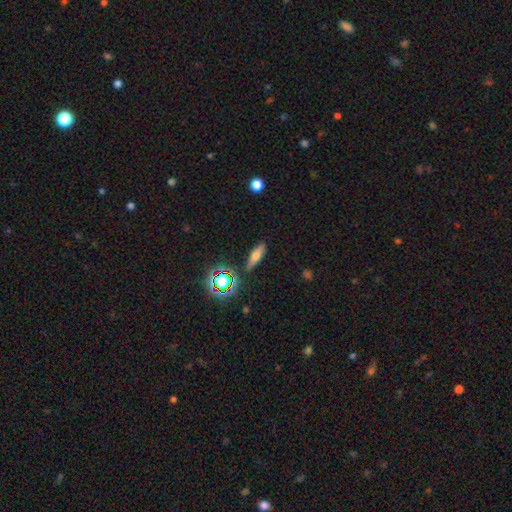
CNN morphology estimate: A smooth galaxy with no disk features (59%) that is cigar-shaped (48%). Merging: none (84%).